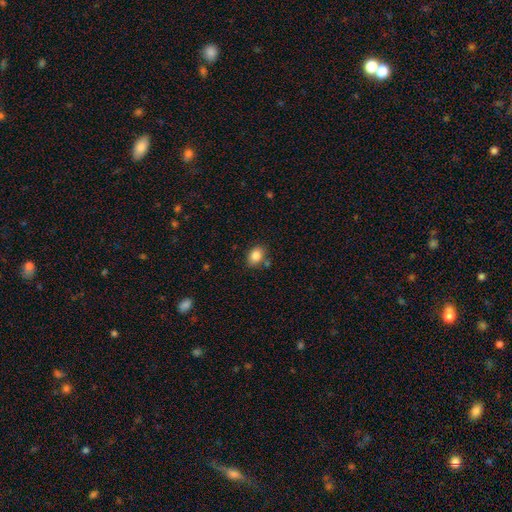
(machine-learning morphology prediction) A smooth galaxy with no disk features (85%) that is in between round and cigar-shaped (65%).

Vote fractions:
- Smooth or featured? smooth: 85% / star or artifact: 9% / featured or disk: 6%
- How rounded? in between: 65% / round: 34% / cigar-shaped: 1%
- Merging? none: 79% / minor disturbance: 12% / merger: 6% / major disturbance: 3%